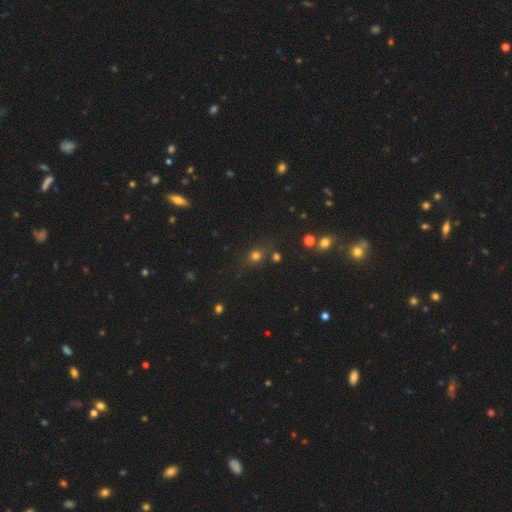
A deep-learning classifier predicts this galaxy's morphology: Q: Smooth or featured?
A: smooth (71%); runner-up: star or artifact (21%)
Q: How rounded?
A: round (72%); runner-up: in between (26%)
Q: Merging?
A: none (73%); runner-up: minor disturbance (13%)